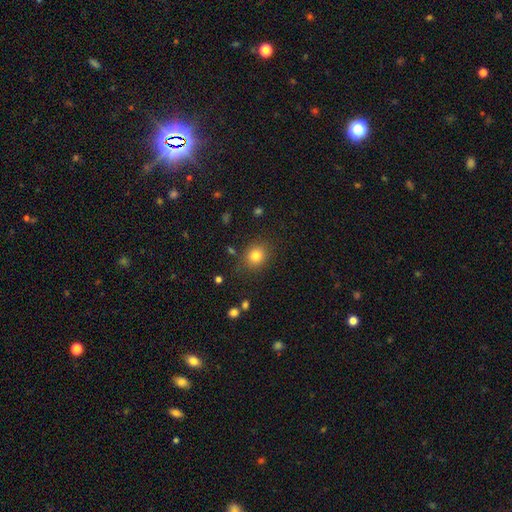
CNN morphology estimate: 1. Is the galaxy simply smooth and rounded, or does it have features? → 82% smooth, 12% star or artifact, 7% featured or disk.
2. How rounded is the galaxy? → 72% round, 27% in between, 1% cigar-shaped.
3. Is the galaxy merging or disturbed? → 83% none, 11% minor disturbance, 4% major disturbance, 2% merger.